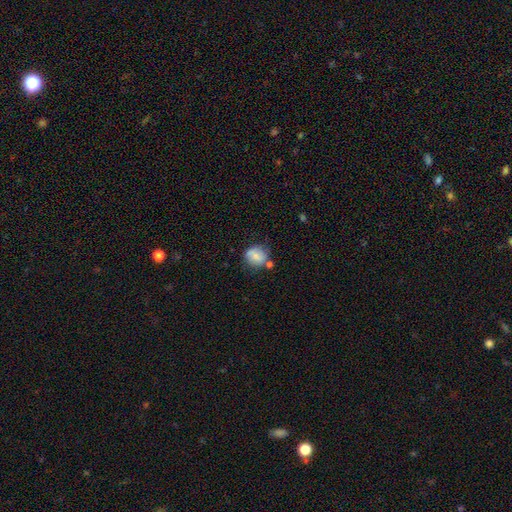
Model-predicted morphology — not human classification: The model was most divided on "merging": none: 55%, minor disturbance: 24%, merger: 14%, major disturbance: 7%. More confident: how rounded — round (74%); smooth or featured — smooth (73%).